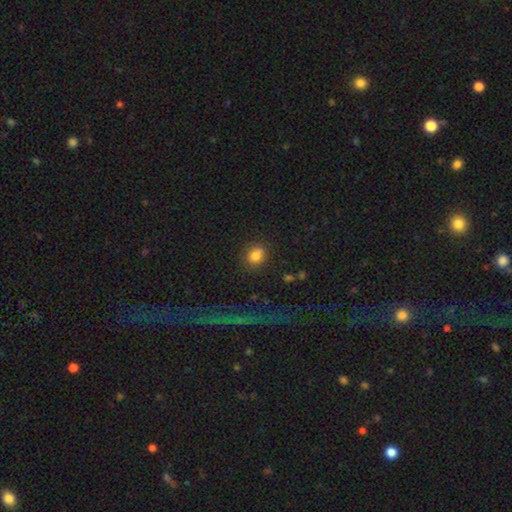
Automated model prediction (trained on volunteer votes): Smooth or featured?
  - smooth: 83% *
  - star or artifact: 11%
  - featured or disk: 6%
How rounded?
  - round: 52% *
  - in between: 46%
  - cigar-shaped: 1%
Merging?
  - none: 83% *
  - minor disturbance: 12%
  - major disturbance: 3%
  - merger: 2%